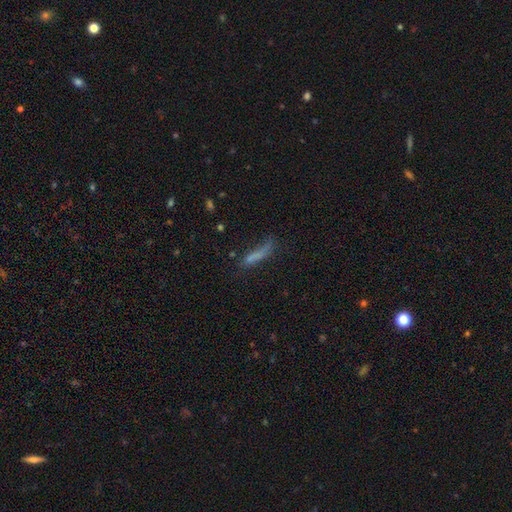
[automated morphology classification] Overall: smooth (68%). How rounded: cigar-shaped (81%). Merging: none (47%; minor disturbance 26%).